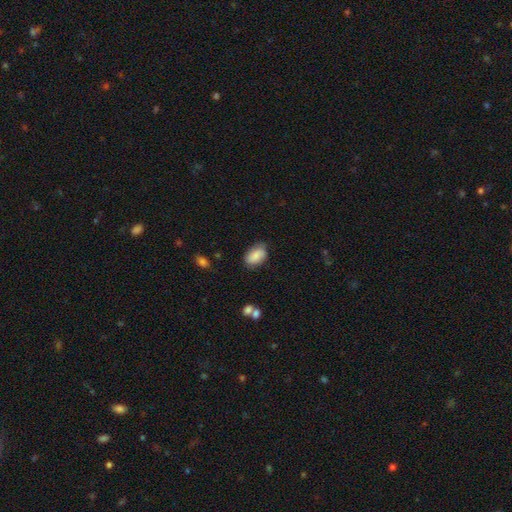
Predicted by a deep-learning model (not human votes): Smooth or featured: smooth — 82% (featured or disk — 11%)
How rounded: in between — 91% (round — 8%)
Merging: none — 74% (minor disturbance — 20%)